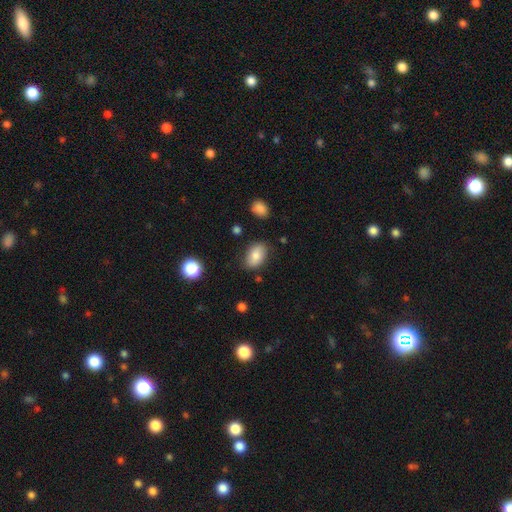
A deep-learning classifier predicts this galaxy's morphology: A smooth galaxy with no disk features (81%) that is in between round and cigar-shaped (88%).

Vote fractions:
- Smooth or featured? smooth: 81% / featured or disk: 10% / star or artifact: 8%
- How rounded? in between: 88% / round: 10% / cigar-shaped: 1%
- Merging? none: 78% / minor disturbance: 16% / major disturbance: 4% / merger: 2%